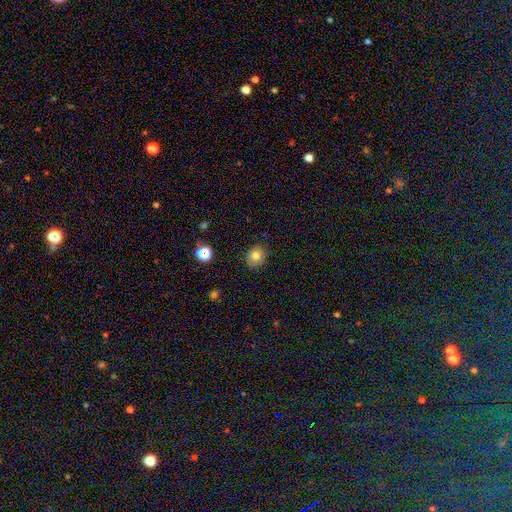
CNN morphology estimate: smooth 80%, star or artifact 12%, featured or disk 8%. Down the decision tree: how rounded — round (78%); merging — none (85%).